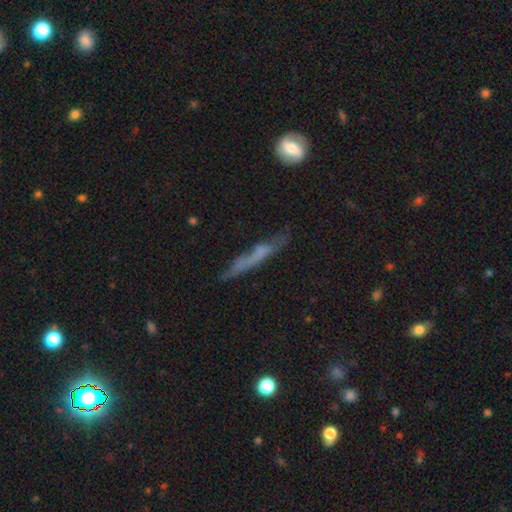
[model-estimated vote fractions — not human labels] Morphology: type=featured or disk (46%); merging=none (71%).